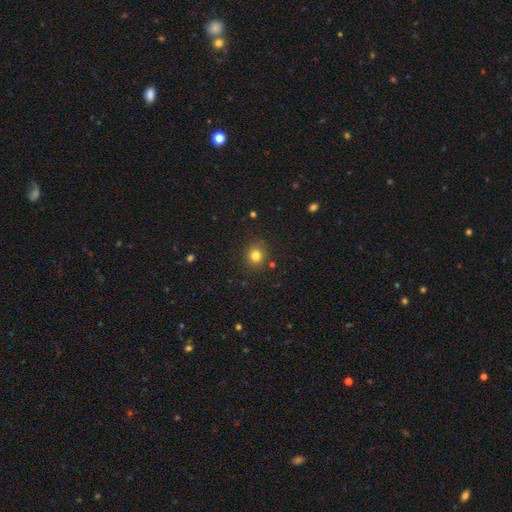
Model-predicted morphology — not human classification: A smooth galaxy with no disk features (79%) that is round (79%). Merging: none (87%).